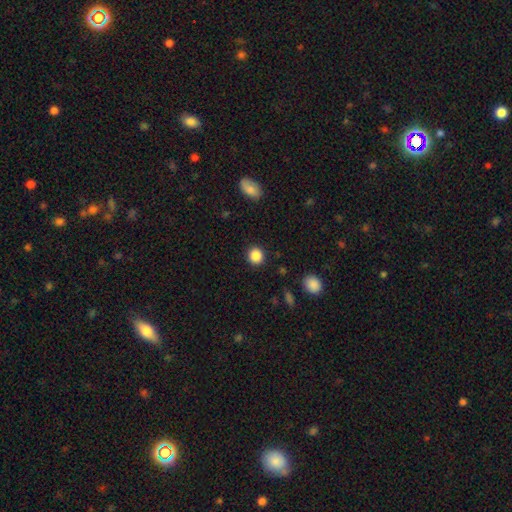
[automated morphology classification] The model was most divided on "smooth or featured": smooth: 87%, star or artifact: 10%, featured or disk: 3%. More confident: merging — none (91%); how rounded — round (88%).